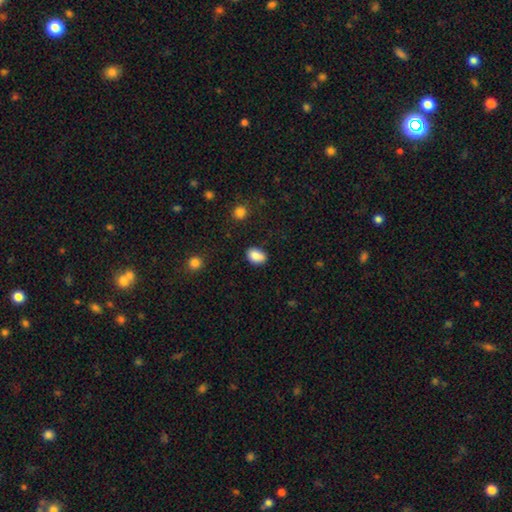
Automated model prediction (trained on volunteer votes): This is clearly a smooth galaxy (87%). How rounded: likely in between (80%). Merging: likely none (77%).